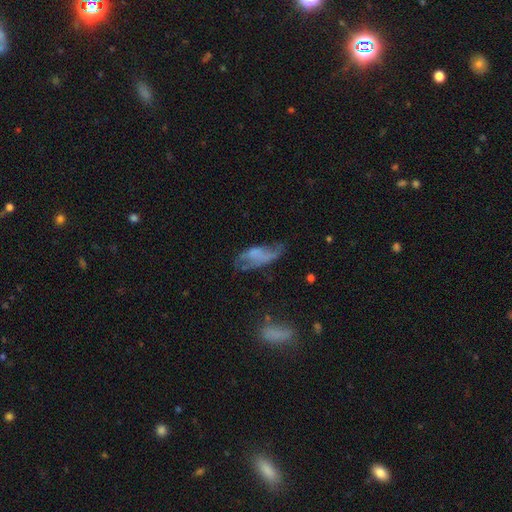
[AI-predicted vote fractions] A featured or disk galaxy (48%). Merging: none (41%).